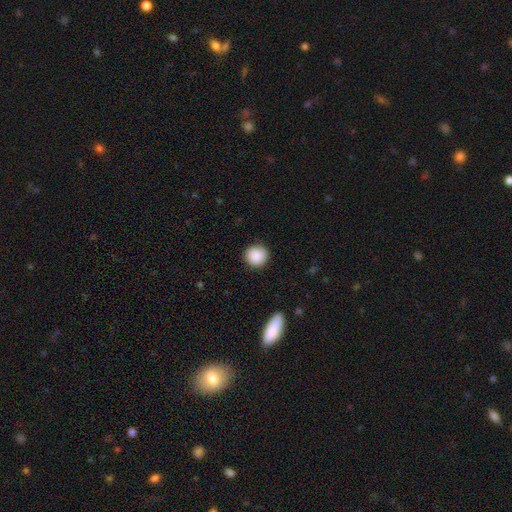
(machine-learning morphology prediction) smooth_or_featured: smooth (p=0.87) [alt: star or artifact p=0.07]
how_rounded: round (p=0.92) [alt: in between p=0.07]
merging: none (p=0.89) [alt: minor disturbance p=0.08]